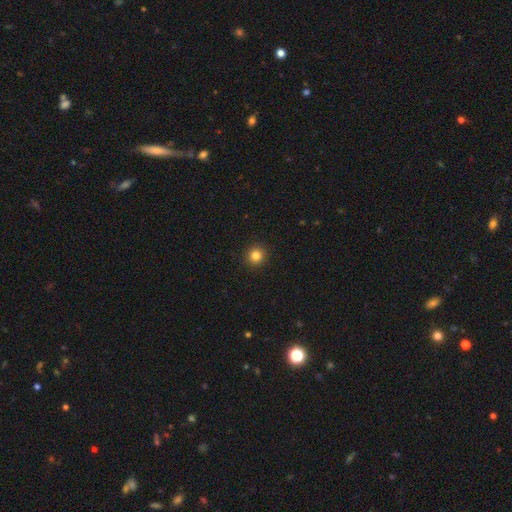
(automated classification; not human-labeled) Smooth or featured?
  - smooth: 84% *
  - star or artifact: 12%
  - featured or disk: 4%
How rounded?
  - round: 93% *
  - in between: 6%
  - cigar-shaped: 1%
Merging?
  - none: 93% *
  - minor disturbance: 5%
  - major disturbance: 2%
  - merger: 1%